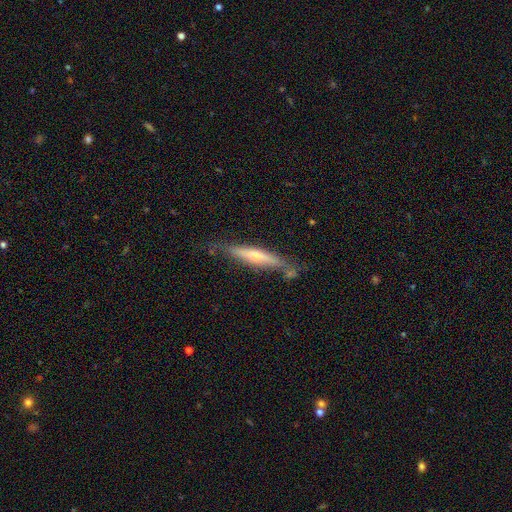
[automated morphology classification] This appears to be a featured or disk galaxy (50%). Merging: none (66%).